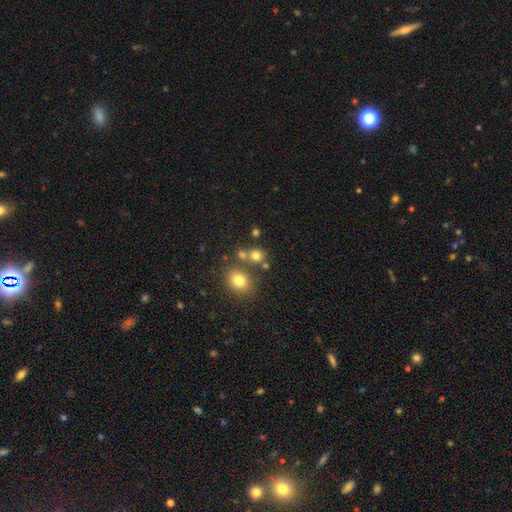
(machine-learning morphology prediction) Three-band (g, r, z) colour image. It shows a smooth galaxy with no disk features (75%) that is round (76%). Merging: none (61%).